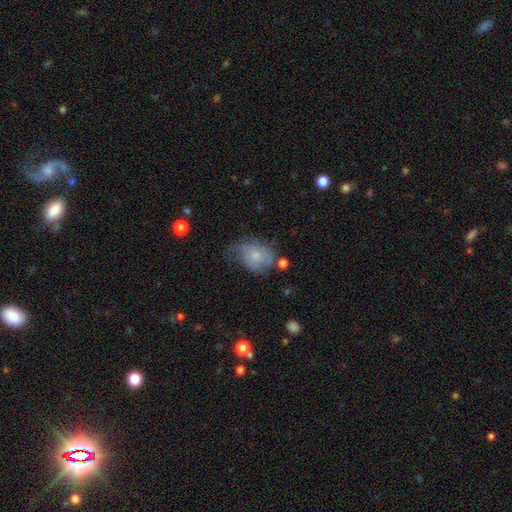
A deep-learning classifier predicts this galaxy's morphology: This appears to be a smooth galaxy with no disk features (56%) that is in between round and cigar-shaped (72%). Merging: minor disturbance (34%, tied with none).